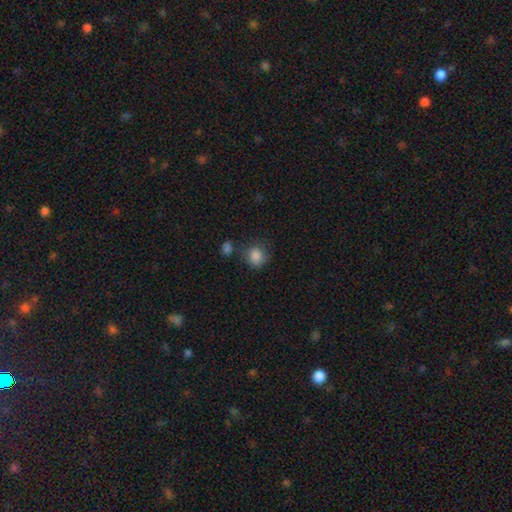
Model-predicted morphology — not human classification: smooth_or_featured: smooth (p=0.85) [alt: star or artifact p=0.10]
how_rounded: round (p=0.84) [alt: in between p=0.15]
merging: none (p=0.70) [alt: minor disturbance p=0.16]